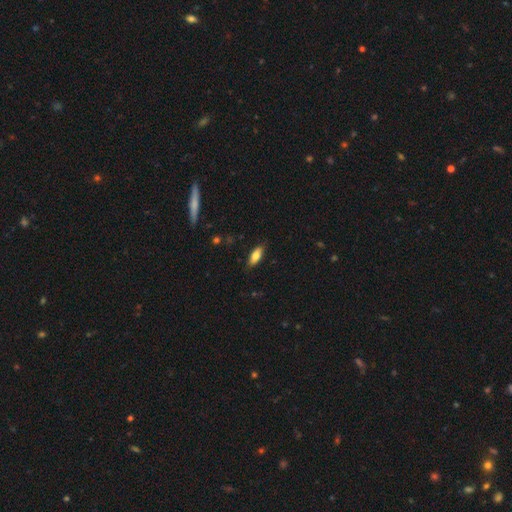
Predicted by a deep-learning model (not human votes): A smooth galaxy with no disk features (78%) that is in between round and cigar-shaped (78%). Merging: none (84%).